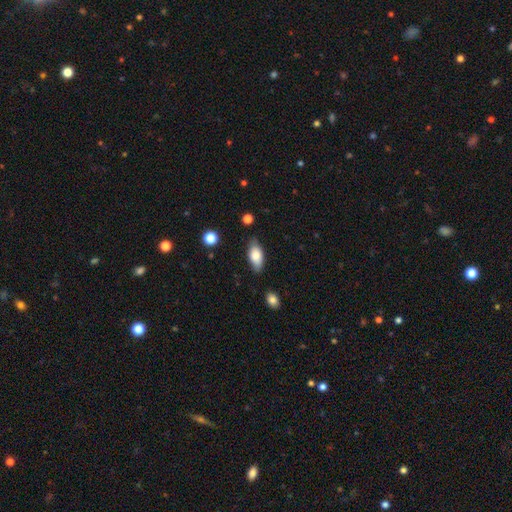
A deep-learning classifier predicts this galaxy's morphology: smooth 78%, featured or disk 15%, star or artifact 7%. Down the decision tree: how rounded — in between (88%); merging — none (78%).